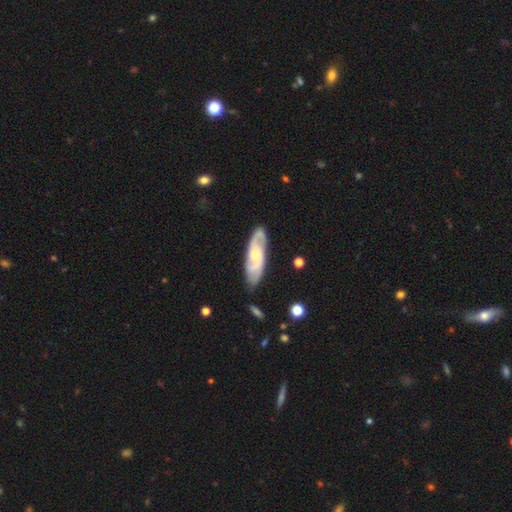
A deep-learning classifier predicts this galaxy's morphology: A featured or disk galaxy (77%) with no bar (57%), 2 (72%) medium (47%) spiral arms (93%) and a moderate central bulge (52%).

Vote fractions:
- Smooth or featured? featured or disk: 77% / smooth: 19% / star or artifact: 5%
- Edge-on disk? no: 86% / yes: 14%
- Bar? no: 57% / weak: 35% / strong: 7%
- Spiral arms? yes: 93% / no: 7%
- Spiral winding? medium: 47% / tight: 37% / loose: 17%
- Spiral arm count? 2: 72% / can't tell: 16% / 3: 6% / 1: 3% / 4: 2% / more than 4: 1%
- Bulge size? moderate: 52% / small: 37% / large: 6% / none: 4% / dominant: 1%
- Merging? none: 79% / minor disturbance: 15% / major disturbance: 4% / merger: 2%